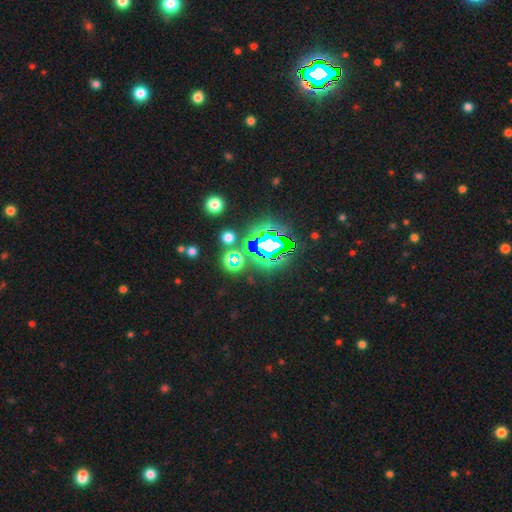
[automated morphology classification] smooth-or-featured: star or artifact: 81% | smooth: 12% | featured or disk: 7%